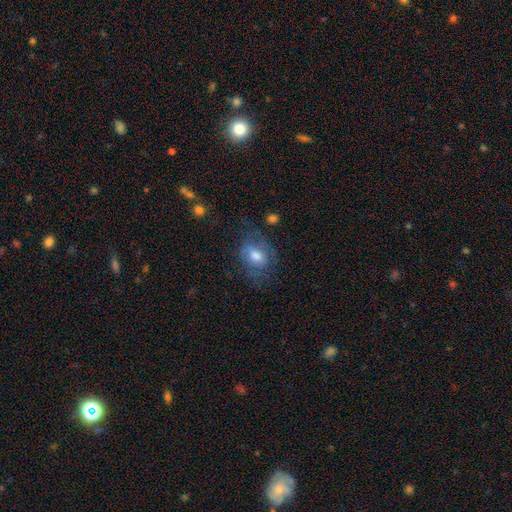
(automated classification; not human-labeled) The model was most divided on "how rounded": in between: 60%, round: 38%, cigar-shaped: 1%. More confident: smooth or featured — smooth (57%); merging — none (53%).